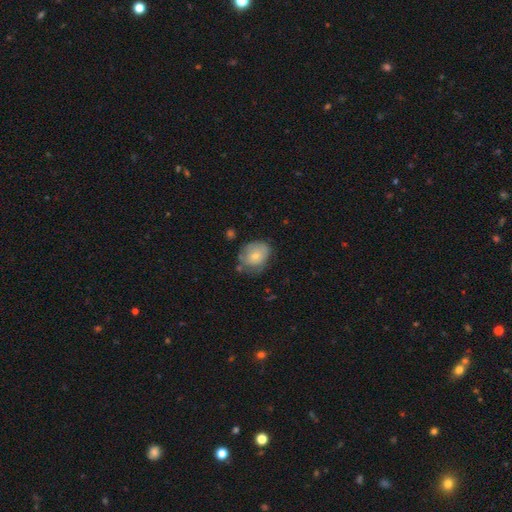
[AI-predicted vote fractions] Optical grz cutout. It shows a smooth galaxy with no disk features (65%) that is round (50%). Merging: none (51%).